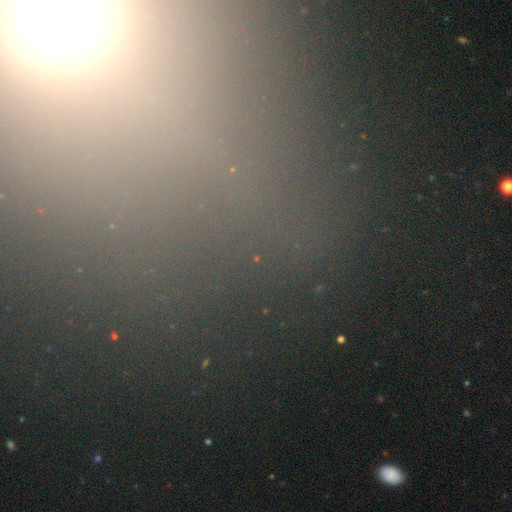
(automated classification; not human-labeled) A star or artifact, not a galaxy (71%).